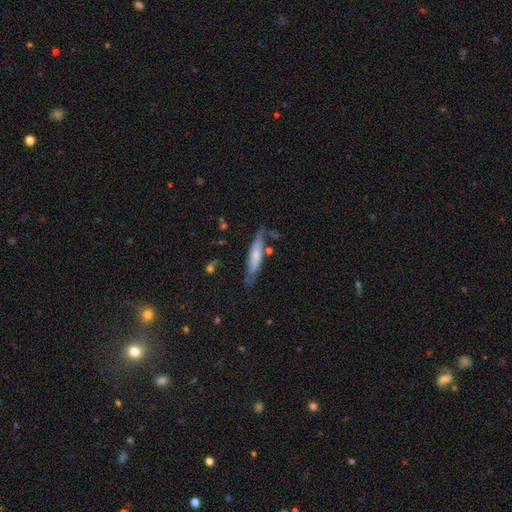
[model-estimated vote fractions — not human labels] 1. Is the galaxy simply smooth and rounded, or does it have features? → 53% smooth, 41% featured or disk, 6% star or artifact.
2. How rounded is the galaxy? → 83% cigar-shaped, 16% in between, 2% round.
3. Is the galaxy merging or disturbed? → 67% none, 21% minor disturbance, 6% merger, 5% major disturbance.